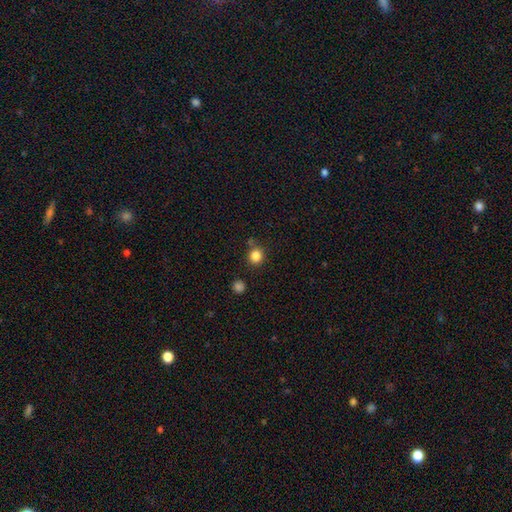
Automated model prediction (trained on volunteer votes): A smooth galaxy with no disk features (84%) that is round (88%).

Vote fractions:
- Smooth or featured? smooth: 84% / star or artifact: 12% / featured or disk: 4%
- How rounded? round: 88% / in between: 11% / cigar-shaped: 1%
- Merging? none: 81% / minor disturbance: 10% / merger: 7% / major disturbance: 3%